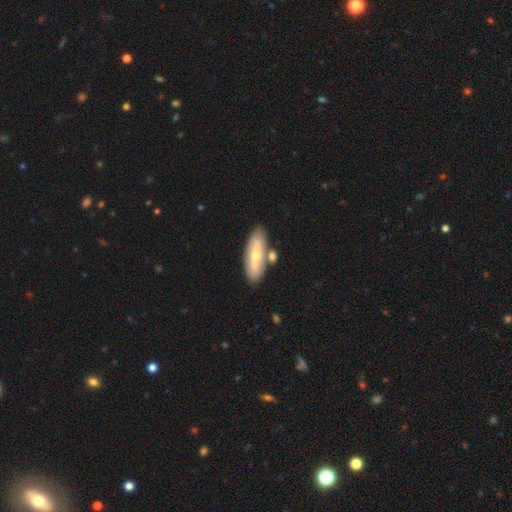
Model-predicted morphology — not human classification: This appears to be a featured or disk galaxy (50%). Merging: none (72%).